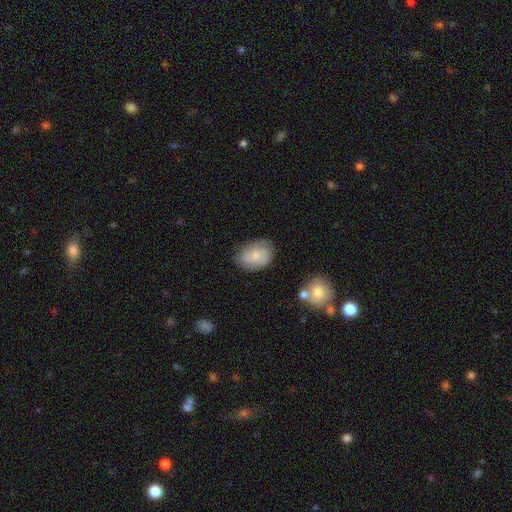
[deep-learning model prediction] A featured or disk galaxy (49%).

Vote fractions:
- Smooth or featured? featured or disk: 49% / smooth: 44% / star or artifact: 7%
- Merging? none: 73% / minor disturbance: 19% / major disturbance: 6% / merger: 2%